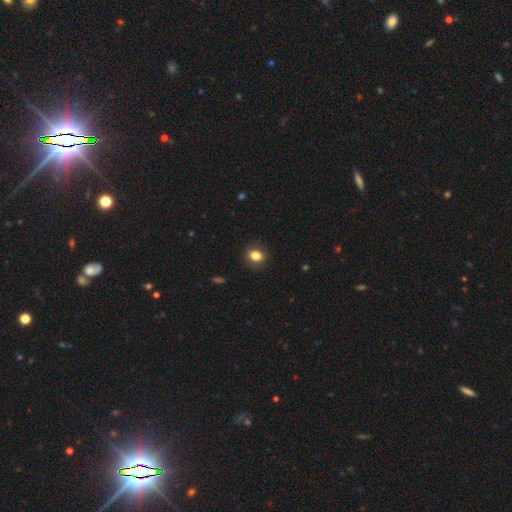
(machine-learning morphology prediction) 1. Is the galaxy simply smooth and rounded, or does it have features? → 84% smooth, 10% star or artifact, 6% featured or disk.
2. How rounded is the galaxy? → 54% round, 45% in between, 1% cigar-shaped.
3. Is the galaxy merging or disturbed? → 89% none, 8% minor disturbance, 2% major disturbance, 1% merger.